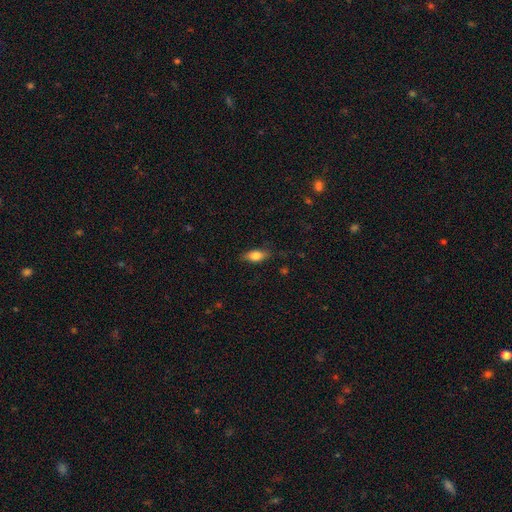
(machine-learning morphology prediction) This appears to be a smooth galaxy with no disk features (80%) that is in between round and cigar-shaped (84%). Merging: none (79%).